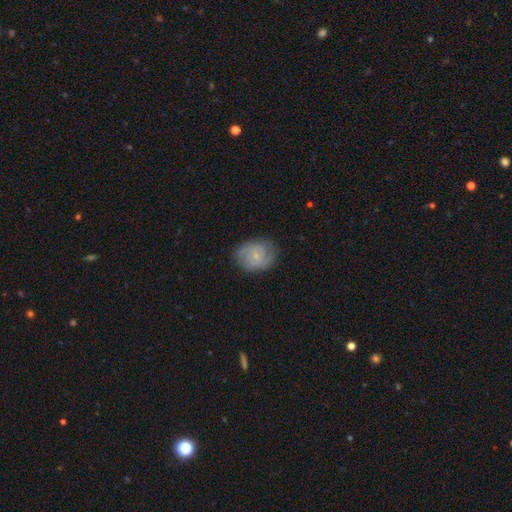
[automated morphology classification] This appears to be a featured or disk galaxy (53%) with no bar (58%), spiral arms (86%) and a small central bulge (73%). Merging: none (76%).